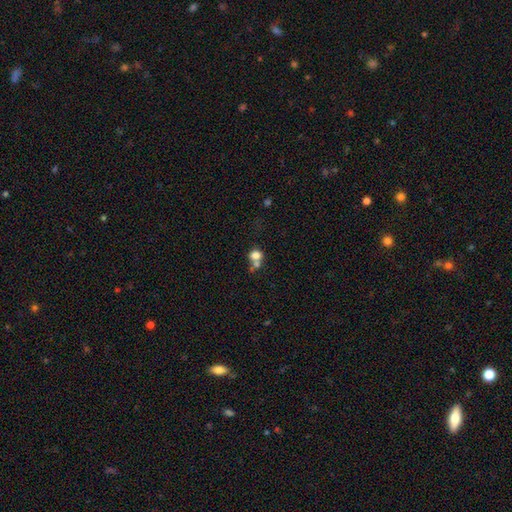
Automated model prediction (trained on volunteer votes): smooth-or-featured: smooth: 74% | featured or disk: 14% | star or artifact: 12%
  how-rounded: round: 73% | in between: 26% | cigar-shaped: 1%
  merging: merger: 52% | none: 33% | minor disturbance: 9% | major disturbance: 7%